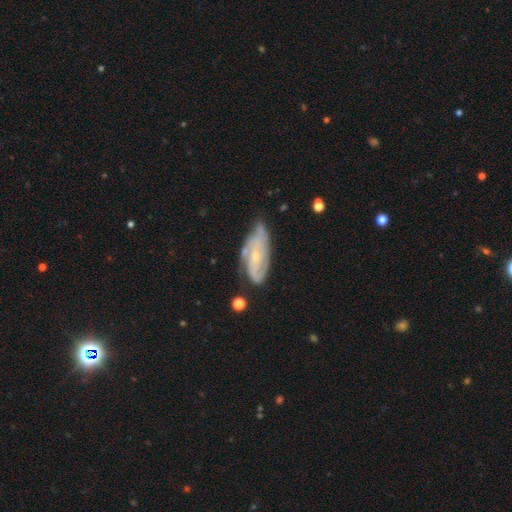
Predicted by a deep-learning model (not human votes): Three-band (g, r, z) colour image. It shows a featured or disk galaxy (75%) with no bar (64%), 2 (40%) tight (45%) spiral arms (89%) and a small central bulge (70%). Merging: none (55%).